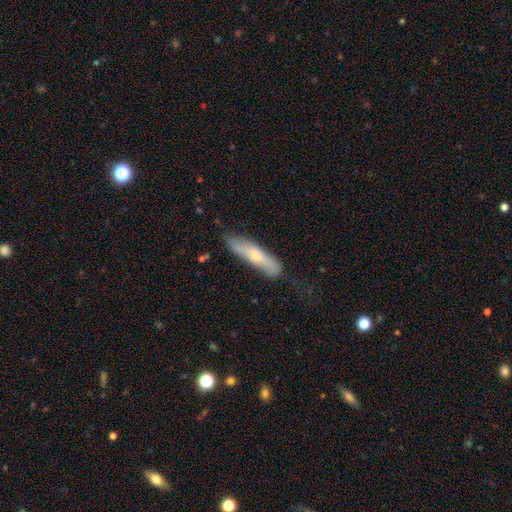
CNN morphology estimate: Overall: smooth (52%; featured or disk 41%). How rounded: cigar-shaped (78%). Merging: none (69%).